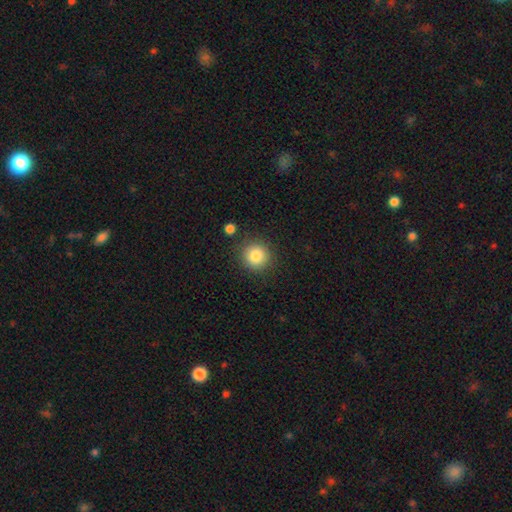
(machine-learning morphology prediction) The model was most divided on "smooth or featured": smooth: 84%, star or artifact: 10%, featured or disk: 6%. More confident: how rounded — round (93%); merging — none (86%).